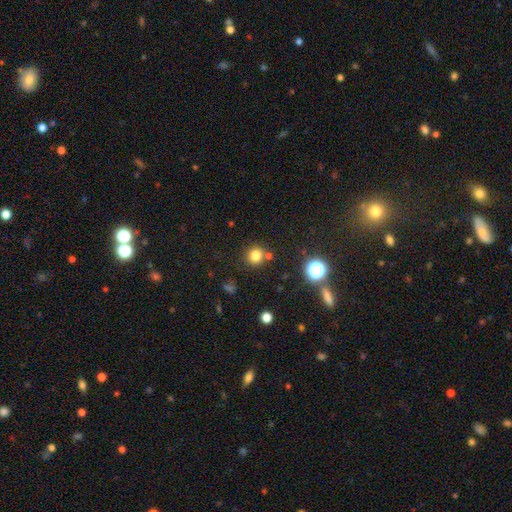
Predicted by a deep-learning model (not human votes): Smooth or featured? smooth (78%)
How rounded? round (89%)
Merging? none (79%)